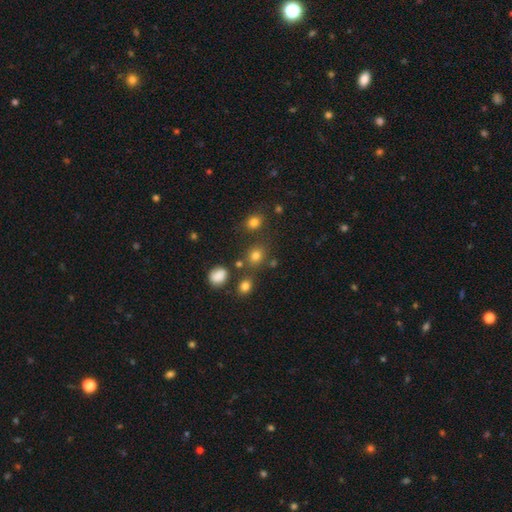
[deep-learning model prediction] smooth-or-featured: smooth: 77% | star or artifact: 16% | featured or disk: 7%
  how-rounded: round: 69% | in between: 30% | cigar-shaped: 1%
  merging: none: 73% | minor disturbance: 11% | merger: 11% | major disturbance: 5%